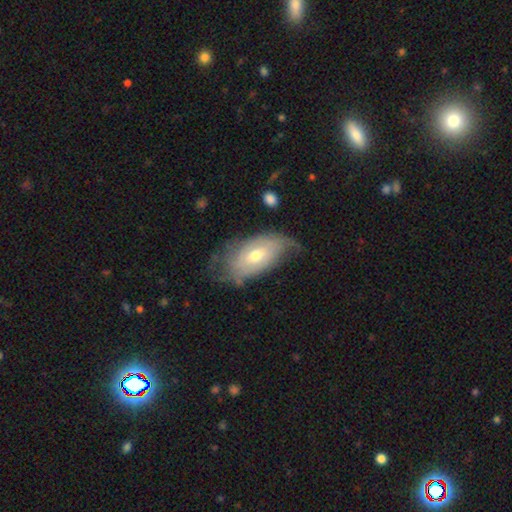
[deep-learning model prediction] Smooth or featured: featured or disk — 57% (smooth — 36%)
Edge-on disk: no — 90% (yes — 10%)
Bar: no — 62% (weak — 30%)
Spiral arms: yes — 66% (no — 34%)
Bulge size: moderate — 65% (small — 29%)
Merging: none — 48% (minor disturbance — 32%)